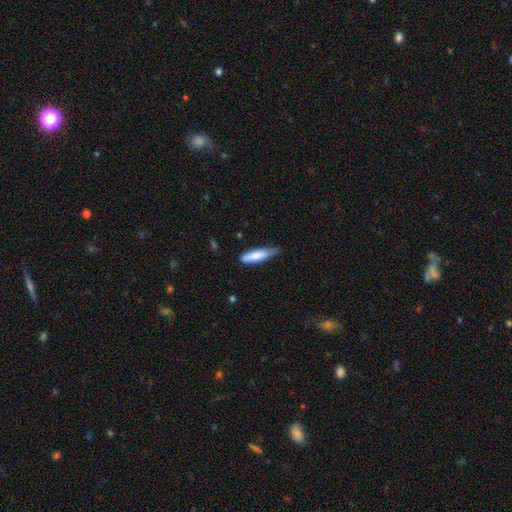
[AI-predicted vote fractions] Smooth or featured?
  - smooth: 80% *
  - featured or disk: 14%
  - star or artifact: 6%
How rounded?
  - cigar-shaped: 70% *
  - in between: 29%
  - round: 1%
Merging?
  - none: 50% *
  - minor disturbance: 40%
  - major disturbance: 7%
  - merger: 2%